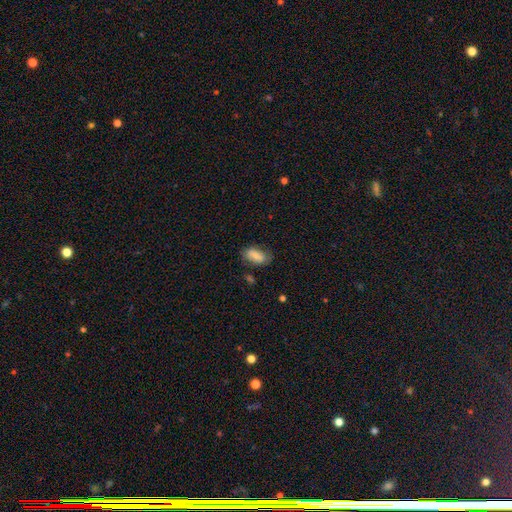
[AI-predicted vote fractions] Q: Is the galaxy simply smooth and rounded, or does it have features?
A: smooth — 75%.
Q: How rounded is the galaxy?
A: in between — 90%.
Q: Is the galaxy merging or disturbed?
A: none — 68%.